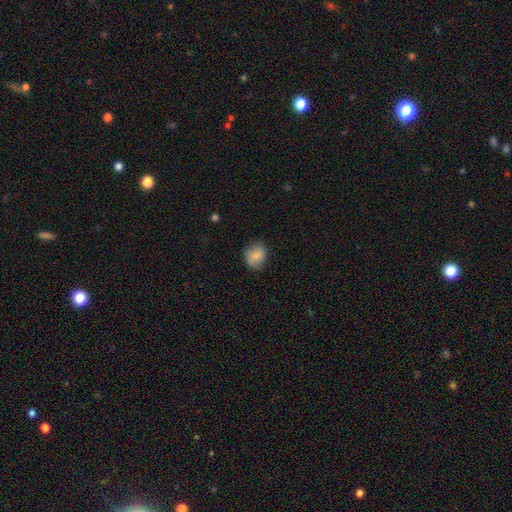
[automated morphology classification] Smooth or featured: smooth — 84% (featured or disk — 8%)
How rounded: round — 62% (in between — 37%)
Merging: none — 76% (minor disturbance — 19%)